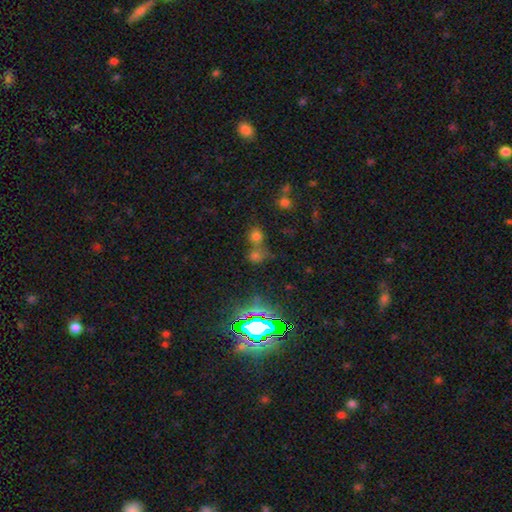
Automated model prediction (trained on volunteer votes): Smooth or featured: star or artifact — 48% (smooth — 42%)